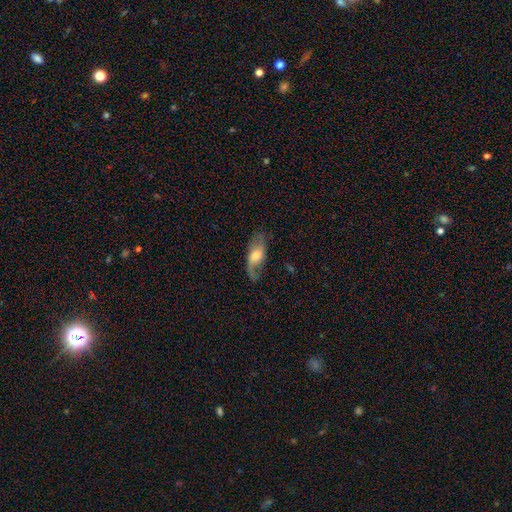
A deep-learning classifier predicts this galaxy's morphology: This appears to be a featured or disk galaxy (57%). Merging: none (64%).